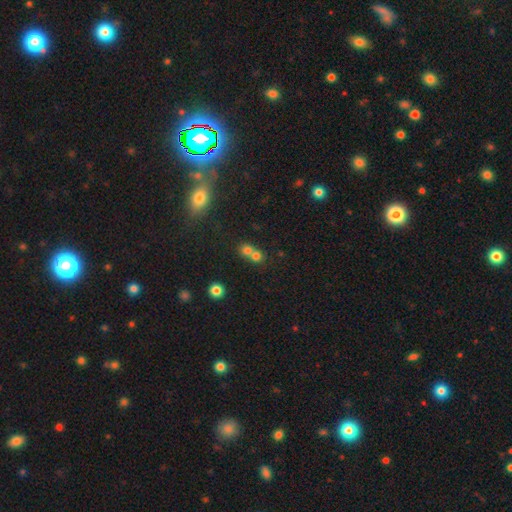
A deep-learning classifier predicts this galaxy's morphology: smooth_or_featured: smooth (p=0.73) [alt: star or artifact p=0.16]
how_rounded: round (p=0.81) [alt: in between p=0.18]
merging: merger (p=0.59) [alt: none p=0.34]